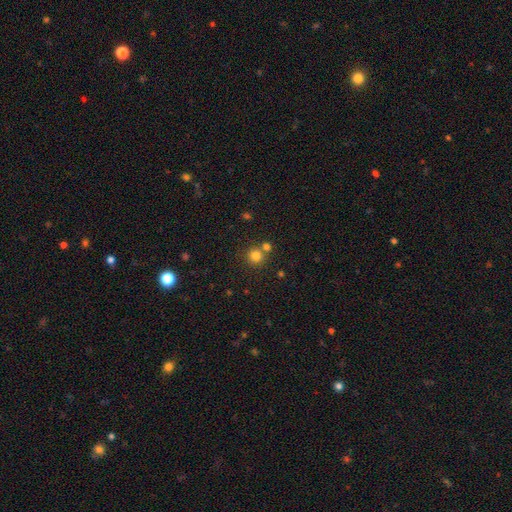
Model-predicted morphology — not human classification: type=smooth (80%); roundness=round (91%); merging=none (68%).